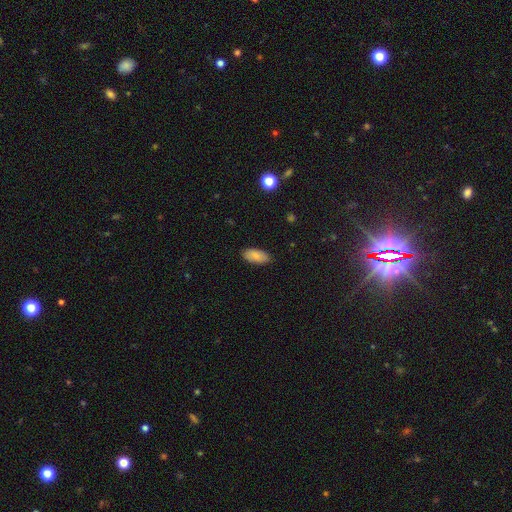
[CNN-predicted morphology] smooth-or-featured: smooth: 84% | featured or disk: 9% | star or artifact: 7%
  how-rounded: in between: 93% | cigar-shaped: 5% | round: 2%
  merging: none: 87% | minor disturbance: 10% | major disturbance: 2% | merger: 1%